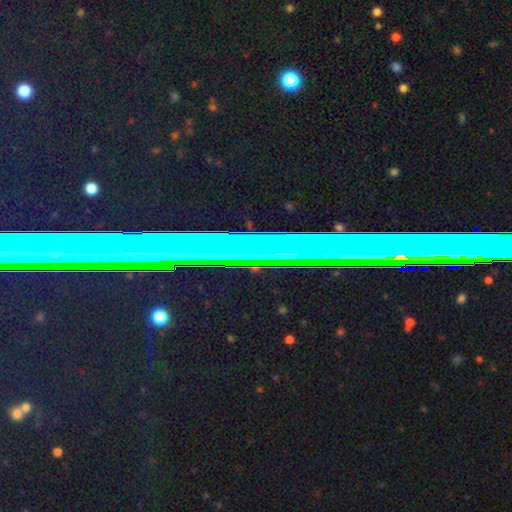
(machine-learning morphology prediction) A star or artifact, not a galaxy (77%).

Vote fractions:
- Smooth or featured? star or artifact: 77% / featured or disk: 13% / smooth: 10%